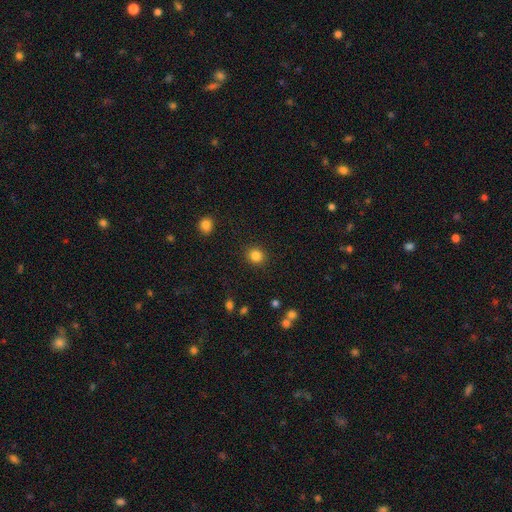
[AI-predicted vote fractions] smooth 84%, star or artifact 11%, featured or disk 5%. Down the decision tree: how rounded — round (83%); merging — none (90%).